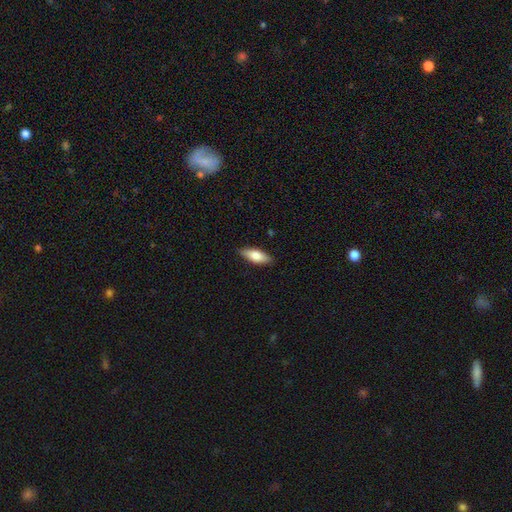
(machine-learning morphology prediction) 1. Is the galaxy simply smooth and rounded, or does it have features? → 76% smooth, 18% featured or disk, 6% star or artifact.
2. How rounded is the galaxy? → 71% in between, 27% cigar-shaped, 2% round.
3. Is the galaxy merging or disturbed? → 87% none, 10% minor disturbance, 2% major disturbance, 1% merger.